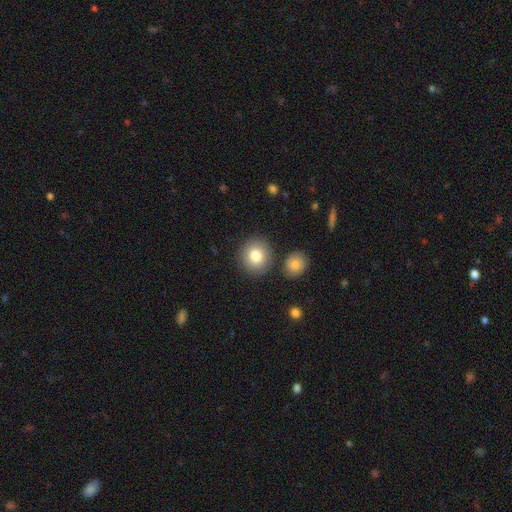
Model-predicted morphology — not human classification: This appears to be a smooth galaxy with no disk features (83%) that is round (84%). Merging: none (80%).